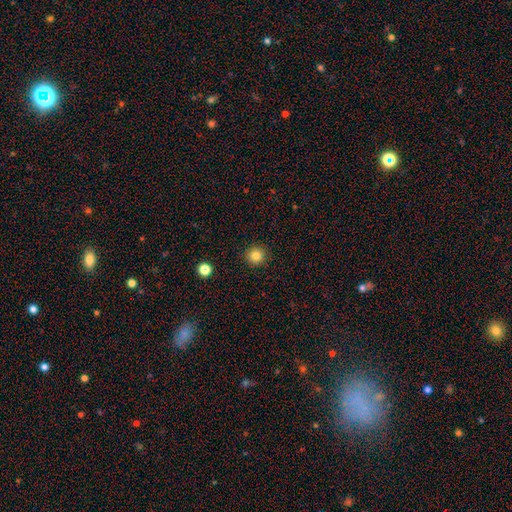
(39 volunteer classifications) Smooth or featured? smooth (82%)
How rounded? round (97%)
Merging? none (97%)